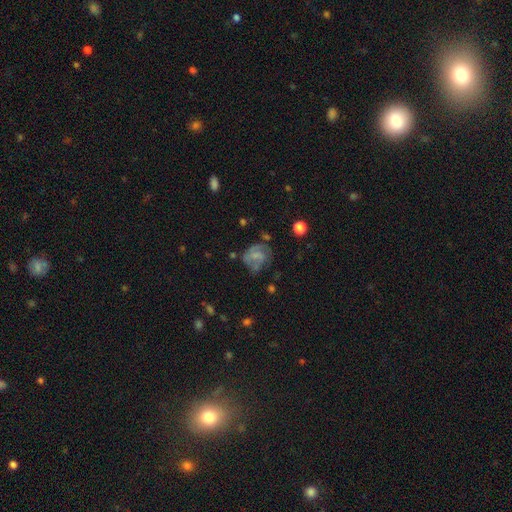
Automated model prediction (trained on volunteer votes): Smooth or featured: featured or disk — 52% (smooth — 38%)
Edge-on disk: no — 98% (yes — 2%)
Bar: no — 65% (weak — 29%)
Spiral arms: yes — 62% (no — 38%)
Bulge size: small — 42% (none — 33%)
Merging: none — 44% (minor disturbance — 27%)